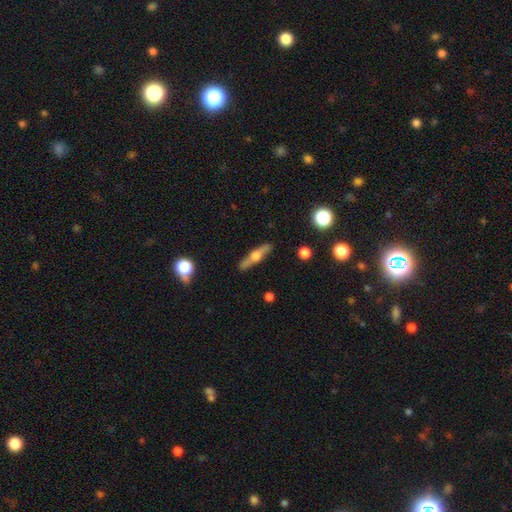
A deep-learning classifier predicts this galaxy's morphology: smooth_or_featured: featured or disk (p=0.61) [alt: smooth p=0.33]
disk_edge_on: yes (p=0.93) [alt: no p=0.07]
edge_on_bulge: rounded (p=0.91) [alt: boxy p=0.06]
merging: none (p=0.87) [alt: minor disturbance p=0.10]